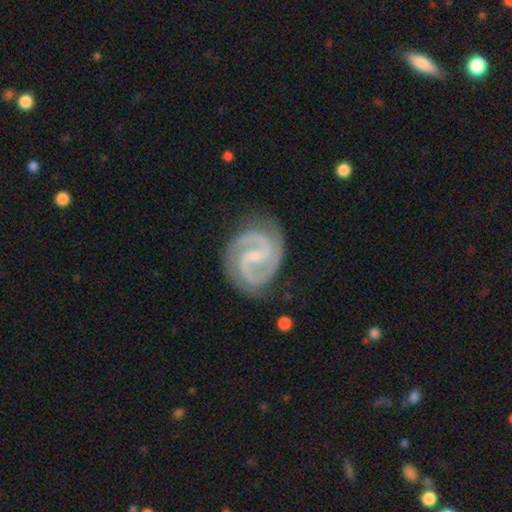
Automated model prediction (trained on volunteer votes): The model was most divided on "bar": weak: 49%, strong: 28%, no: 23%. More confident: spiral arms — yes (99%); edge-on disk — no (98%); spiral arm count — 2 (94%); smooth or featured — featured or disk (93%); merging — none (82%); bulge size — small (65%); spiral winding — medium (56%).